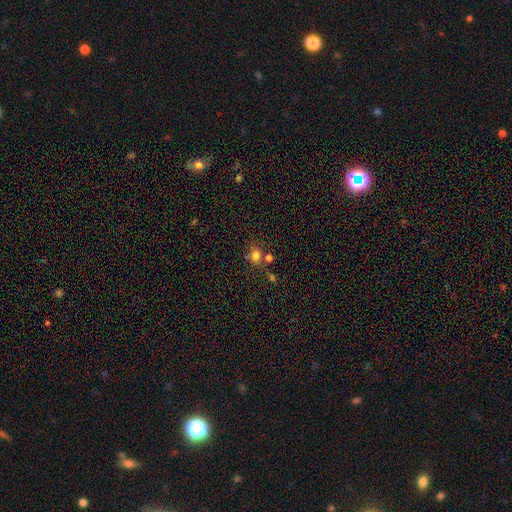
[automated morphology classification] Smooth or featured? Predicted: smooth (p=0.74). How rounded? Predicted: round (p=0.77). Merging? Predicted: none (p=0.58).